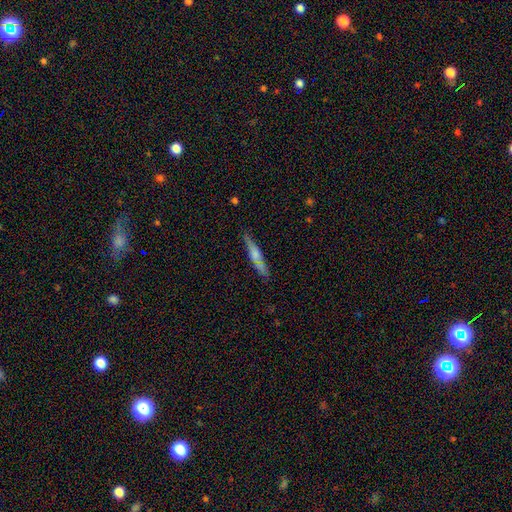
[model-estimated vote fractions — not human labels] The model was most divided on "smooth or featured": smooth: 50%, featured or disk: 43%, star or artifact: 7%. More confident: merging — none (78%).